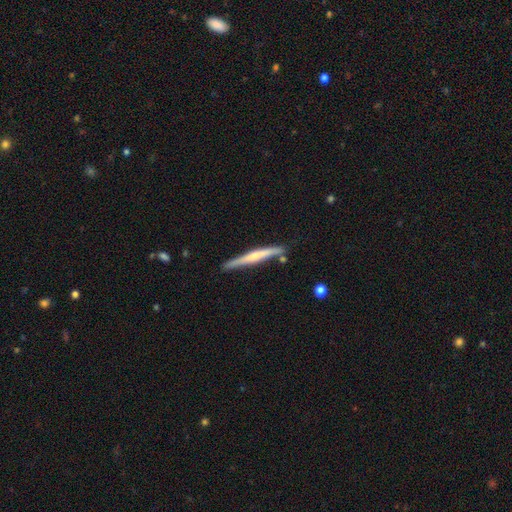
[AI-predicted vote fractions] Overall: featured or disk (59%; smooth 36%). Edge-on disk: yes (97%). Edge-on bulge: rounded (62%; none 28%). Merging: none (82%).